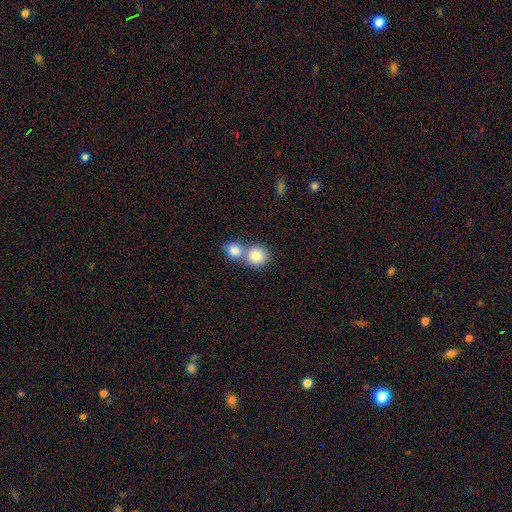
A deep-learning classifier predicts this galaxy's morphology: type=smooth (84%); roundness=round (83%); merging=merger (58%).